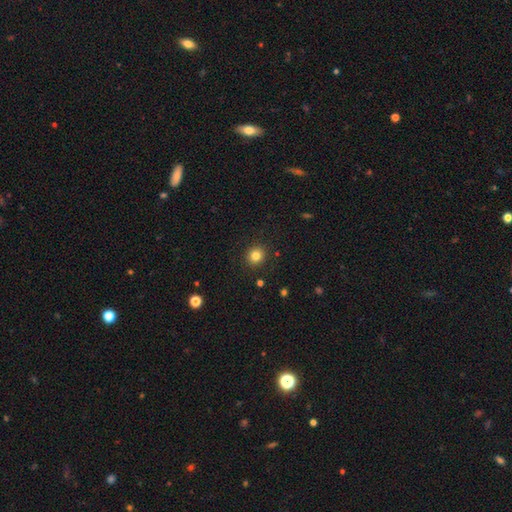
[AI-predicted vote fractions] smooth-or-featured: smooth: 82% | star or artifact: 12% | featured or disk: 6%
  how-rounded: round: 87% | in between: 12% | cigar-shaped: 1%
  merging: none: 90% | minor disturbance: 6% | major disturbance: 2% | merger: 1%